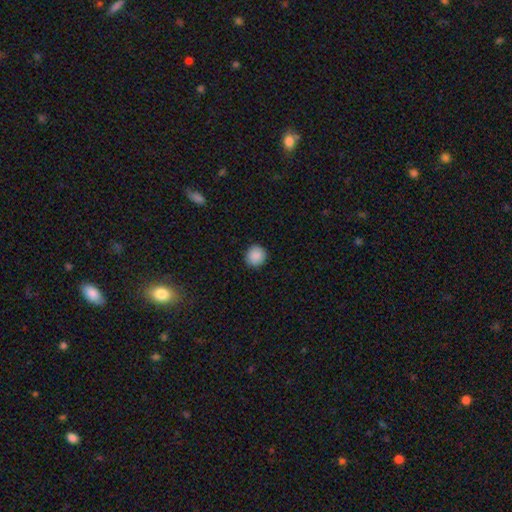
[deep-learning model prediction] This is clearly a smooth galaxy (90%). How rounded: clearly round (92%). Merging: clearly none (92%).